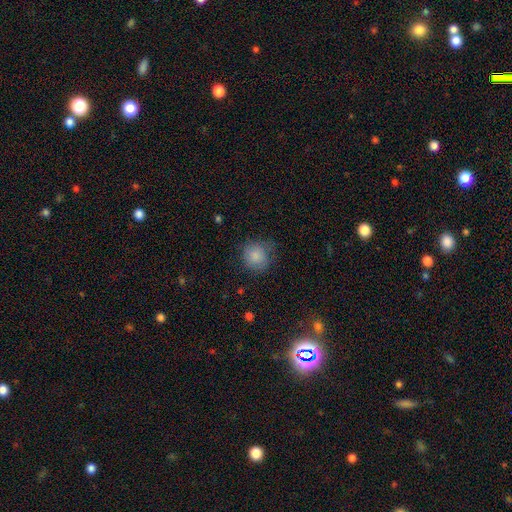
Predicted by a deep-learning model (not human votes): Morphology: type=smooth (84%); roundness=round (89%); merging=none (67%).